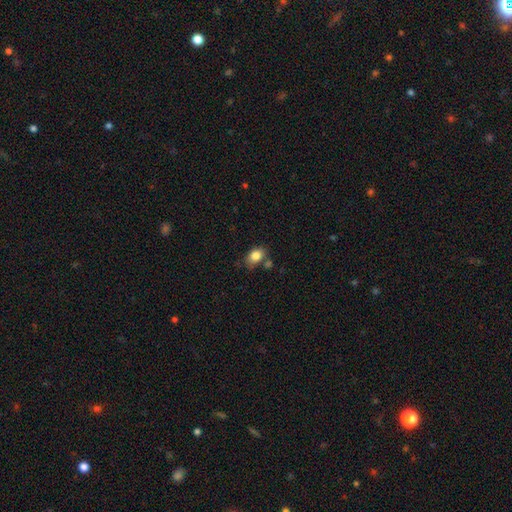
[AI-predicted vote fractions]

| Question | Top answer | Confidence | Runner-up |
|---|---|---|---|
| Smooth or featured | smooth | 83% | star or artifact (9%) |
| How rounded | in between | 77% | round (22%) |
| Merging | none | 62% | minor disturbance (20%) |